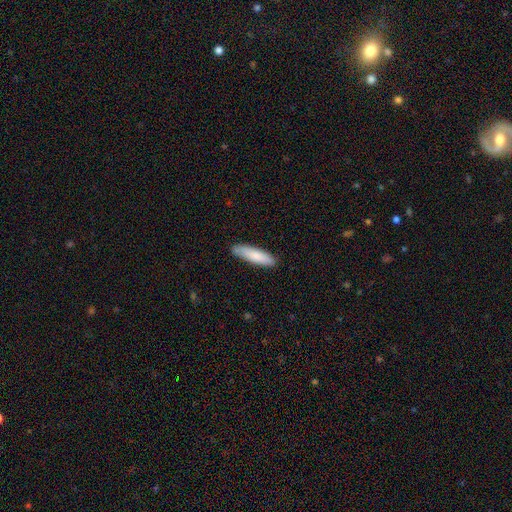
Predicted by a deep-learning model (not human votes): The model was most divided on "how rounded": cigar-shaped: 71%, in between: 28%, round: 1%. More confident: merging — none (85%); smooth or featured — smooth (83%).